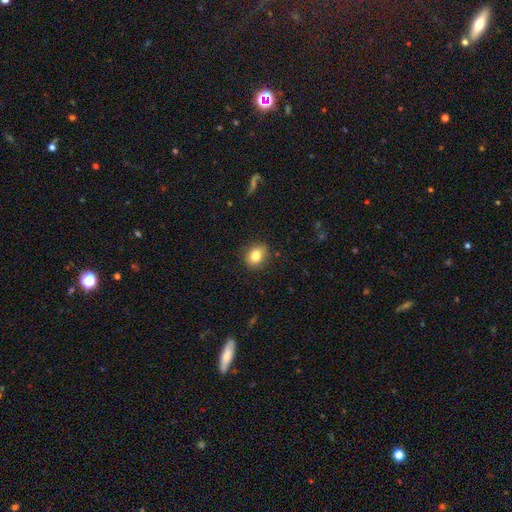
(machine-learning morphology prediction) type=smooth (82%); roundness=round (55%); merging=none (86%).